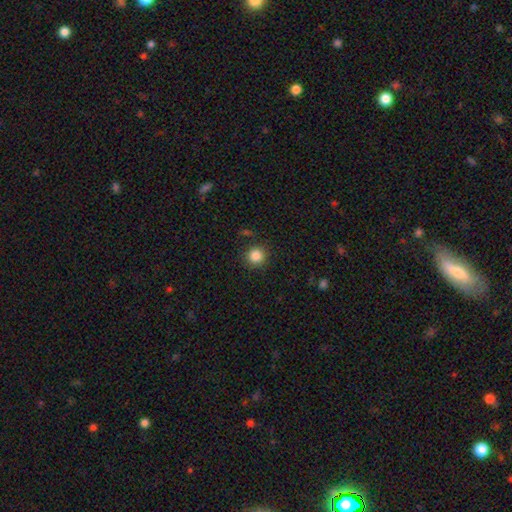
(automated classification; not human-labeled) The model was most divided on "smooth or featured": smooth: 85%, star or artifact: 11%, featured or disk: 4%. More confident: how rounded — round (94%); merging — none (89%).